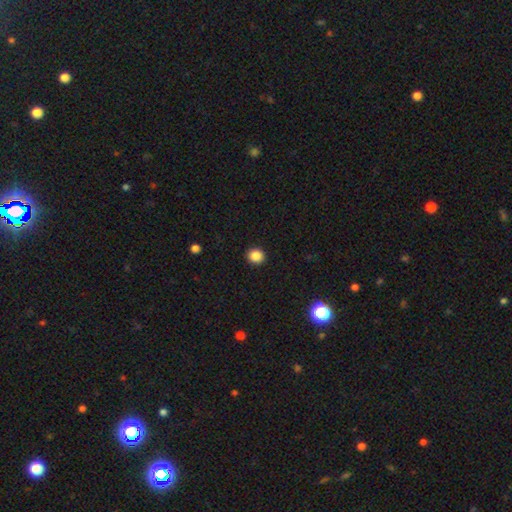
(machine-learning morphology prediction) Smooth or featured?
  - smooth: 86% *
  - star or artifact: 11%
  - featured or disk: 4%
How rounded?
  - round: 86% *
  - in between: 13%
  - cigar-shaped: 1%
Merging?
  - none: 92% *
  - minor disturbance: 5%
  - major disturbance: 2%
  - merger: 1%